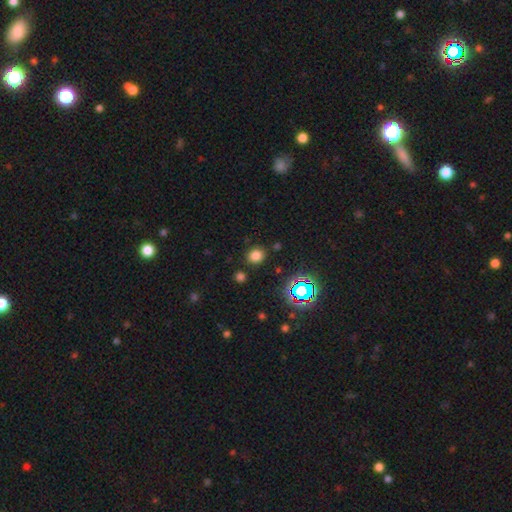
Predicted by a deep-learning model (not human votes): A smooth galaxy with no disk features (74%) that is round (64%). Merging: none (84%).